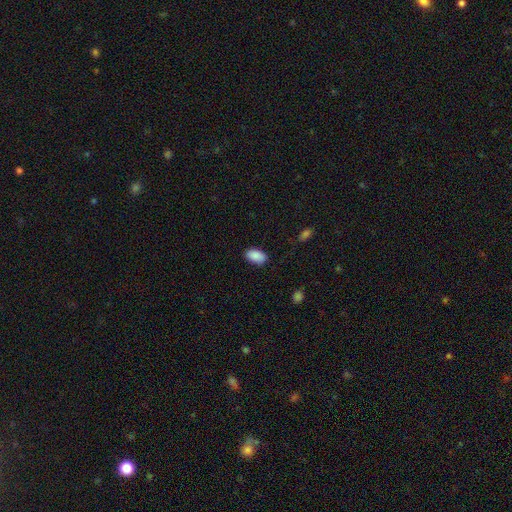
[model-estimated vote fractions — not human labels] Morphology: type=smooth (89%); roundness=in between (94%); merging=none (84%).